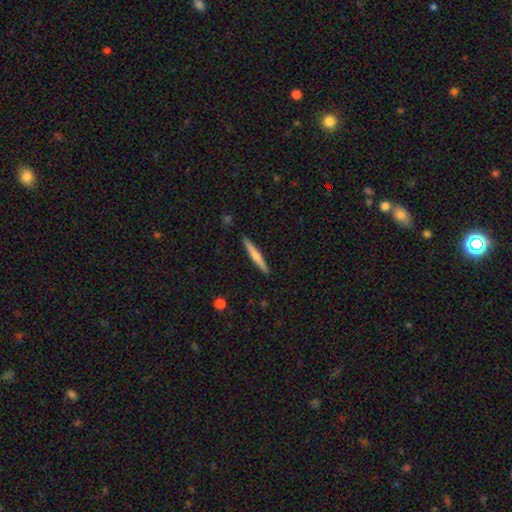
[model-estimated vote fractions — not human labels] Q: Smooth or featured?
A: smooth (60%); runner-up: featured or disk (35%)
Q: How rounded?
A: cigar-shaped (95%); runner-up: in between (4%)
Q: Merging?
A: none (91%); runner-up: minor disturbance (6%)